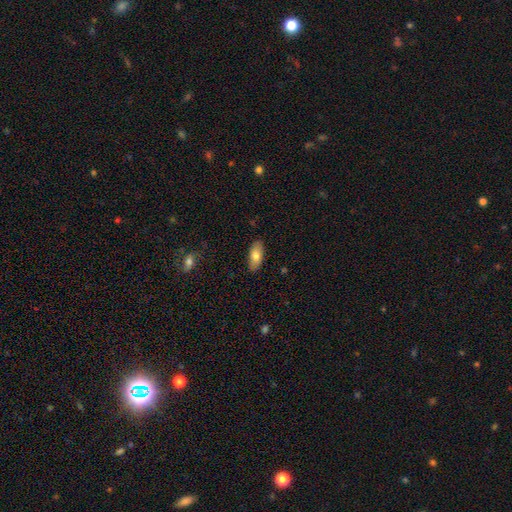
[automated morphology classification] smooth-or-featured: smooth: 74% | featured or disk: 20% | star or artifact: 7%
  how-rounded: in between: 84% | cigar-shaped: 13% | round: 3%
  merging: none: 87% | minor disturbance: 10% | major disturbance: 2% | merger: 1%